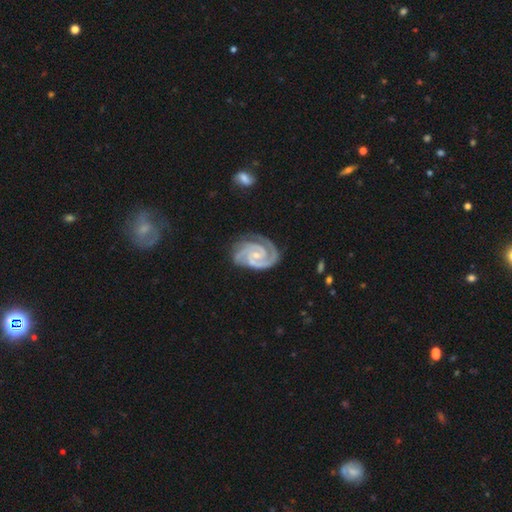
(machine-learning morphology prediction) Smooth or featured? featured or disk (94%)
Edge-on disk? no (98%)
Bar? no (57%)
Spiral arms? yes (99%)
Spiral winding? tight (72%)
Spiral arm count? 2 (62%)
Bulge size? small (64%)
Merging? none (70%)